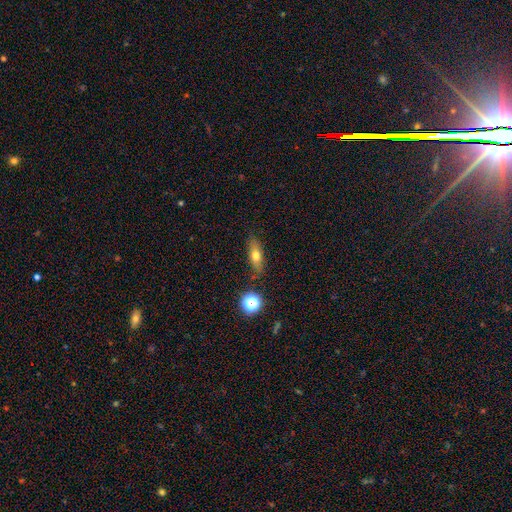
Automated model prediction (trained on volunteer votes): This appears to be a smooth galaxy with no disk features (66%) that is in between round and cigar-shaped (57%). Merging: none (83%).